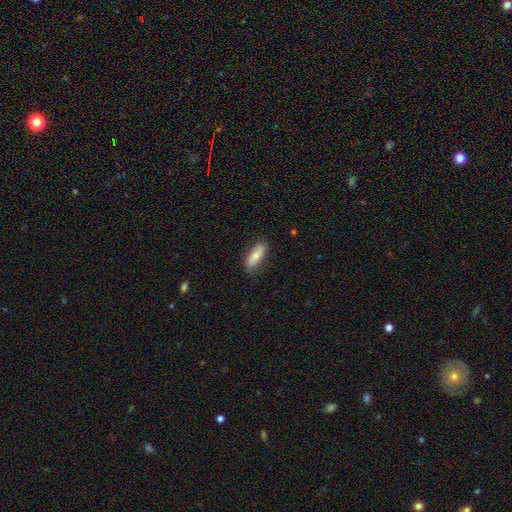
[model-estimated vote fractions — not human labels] Smooth or featured: smooth — 78% (featured or disk — 16%)
How rounded: in between — 61% (cigar-shaped — 37%)
Merging: none — 84% (minor disturbance — 12%)